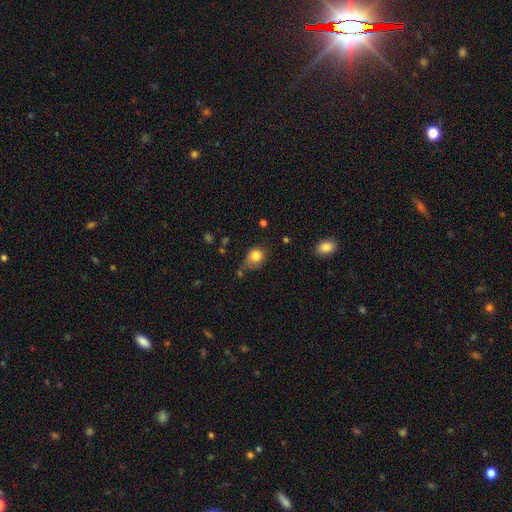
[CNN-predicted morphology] This is clearly a smooth galaxy (83%). How rounded: likely round (62%). Merging: possibly none (50%).